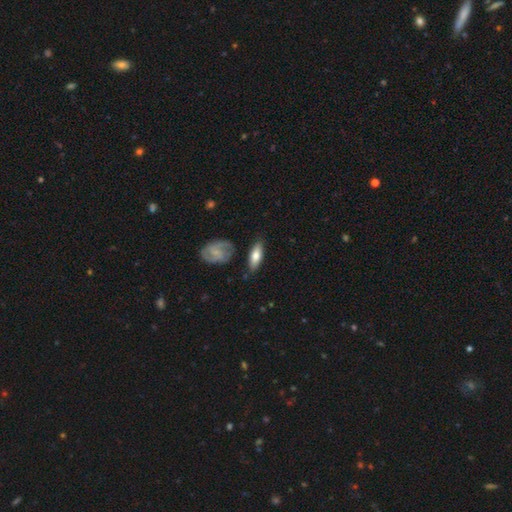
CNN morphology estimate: Overall: smooth (62%; featured or disk 32%). How rounded: in between (67%; cigar-shaped 31%). Merging: none (76%).